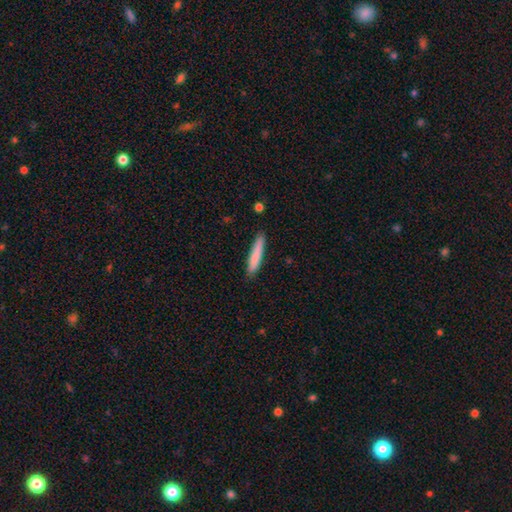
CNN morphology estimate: This is clearly a smooth galaxy (82%). How rounded: clearly cigar-shaped (91%). Merging: clearly none (85%).